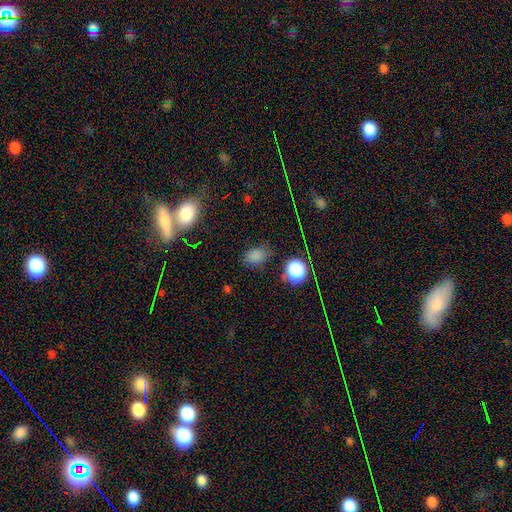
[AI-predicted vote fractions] A smooth galaxy with no disk features (75%) that is in between round and cigar-shaped (75%). Merging: none (77%).